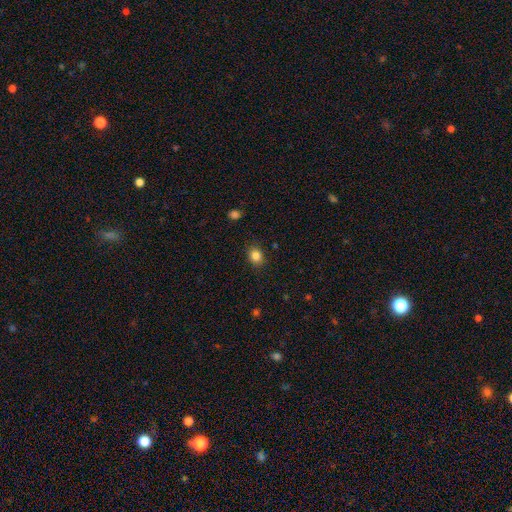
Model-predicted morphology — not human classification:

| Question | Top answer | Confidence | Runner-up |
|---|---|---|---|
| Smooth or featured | smooth | 84% | star or artifact (11%) |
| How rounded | round | 53% | in between (46%) |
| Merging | none | 88% | minor disturbance (9%) |